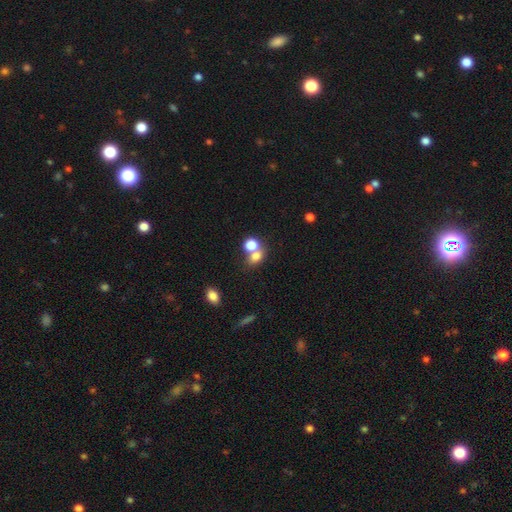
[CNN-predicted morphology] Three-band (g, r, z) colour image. It shows a smooth galaxy with no disk features (75%) that is round (50%). Merging: merger (53%).